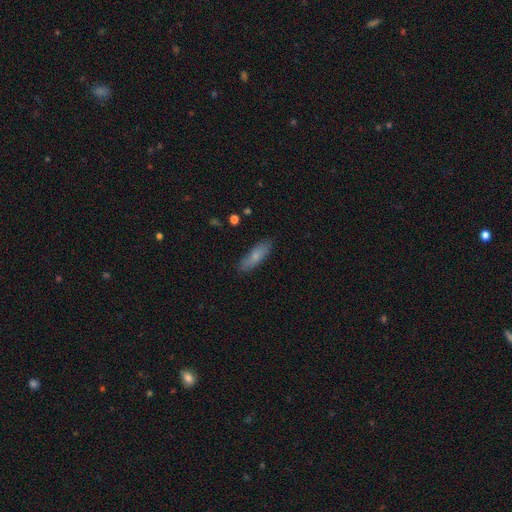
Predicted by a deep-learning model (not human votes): The model was most divided on "how rounded": cigar-shaped: 50%, in between: 48%, round: 2%. More confident: merging — none (83%); smooth or featured — smooth (75%).